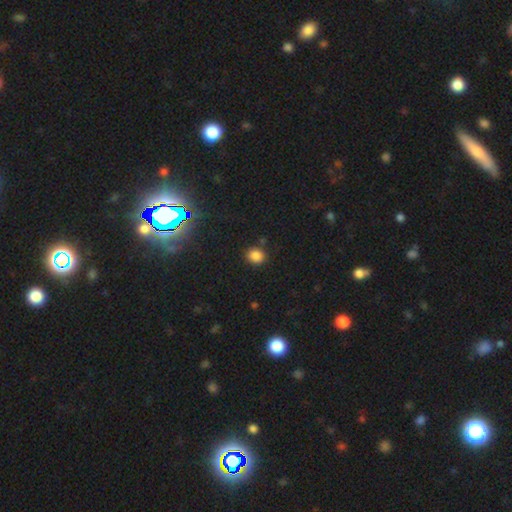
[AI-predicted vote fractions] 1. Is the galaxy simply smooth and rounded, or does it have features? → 84% smooth, 12% star or artifact, 4% featured or disk.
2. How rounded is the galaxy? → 69% round, 30% in between, 1% cigar-shaped.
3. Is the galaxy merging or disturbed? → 84% none, 10% minor disturbance, 4% merger, 3% major disturbance.